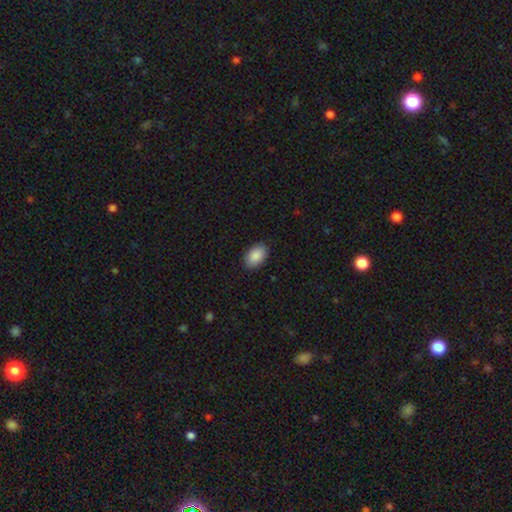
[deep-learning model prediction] A smooth galaxy with no disk features (90%) that is in between round and cigar-shaped (92%).

Vote fractions:
- Smooth or featured? smooth: 90% / star or artifact: 6% / featured or disk: 4%
- How rounded? in between: 92% / round: 7% / cigar-shaped: 1%
- Merging? none: 88% / minor disturbance: 9% / major disturbance: 2% / merger: 1%